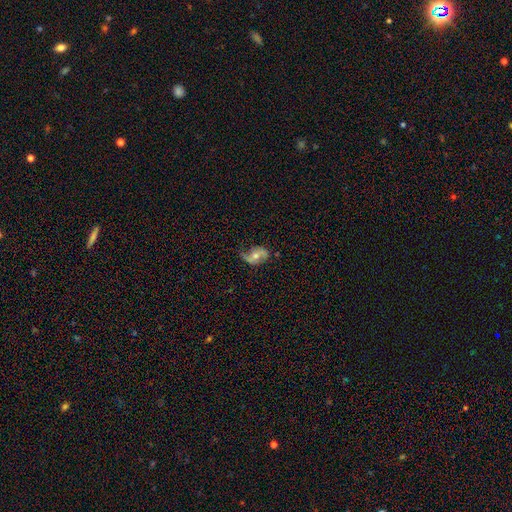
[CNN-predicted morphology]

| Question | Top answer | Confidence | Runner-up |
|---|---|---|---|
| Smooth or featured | featured or disk | 72% | smooth (20%) |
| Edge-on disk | no | 96% | yes (4%) |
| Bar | no | 62% | weak (29%) |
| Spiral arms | yes | 90% | no (10%) |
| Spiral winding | loose | 51% | medium (35%) |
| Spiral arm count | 2 | 80% | 1 (12%) |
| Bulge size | moderate | 63% | small (31%) |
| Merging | none | 59% | minor disturbance (26%) |